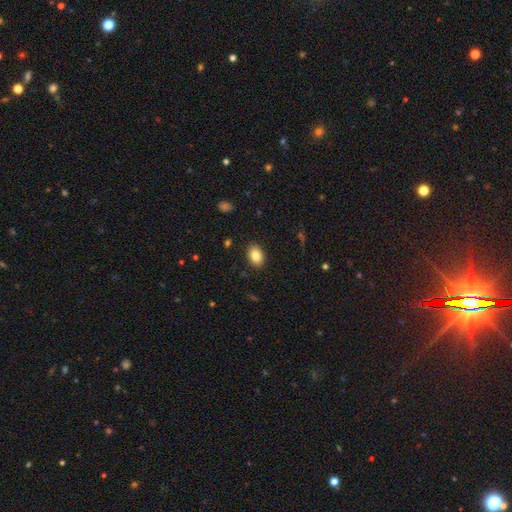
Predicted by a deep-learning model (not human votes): smooth-or-featured: smooth: 84% | star or artifact: 8% | featured or disk: 8%
  how-rounded: in between: 83% | round: 16% | cigar-shaped: 1%
  merging: none: 89% | minor disturbance: 8% | major disturbance: 2% | merger: 1%